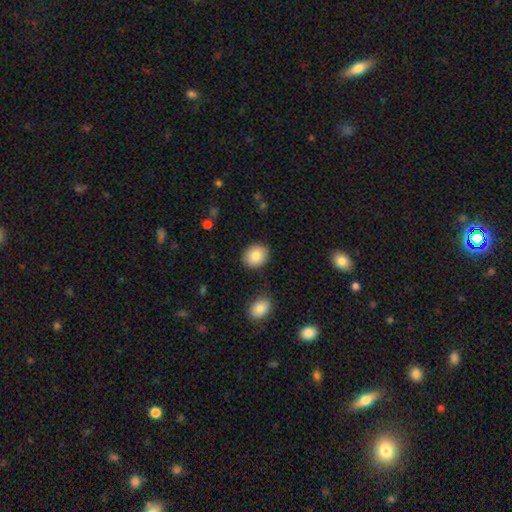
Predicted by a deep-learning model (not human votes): Morphology: type=smooth (85%); roundness=round (55%); merging=none (88%).